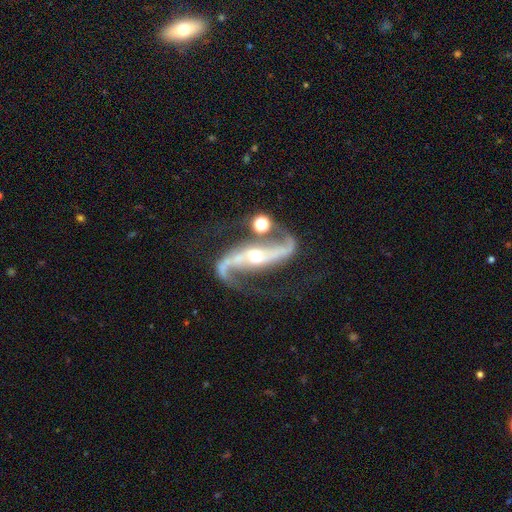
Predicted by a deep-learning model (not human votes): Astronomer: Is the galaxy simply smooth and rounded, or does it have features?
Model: featured or disk — 92%.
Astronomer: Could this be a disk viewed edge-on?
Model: no — 95%.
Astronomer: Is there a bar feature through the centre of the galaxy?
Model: strong — 52%.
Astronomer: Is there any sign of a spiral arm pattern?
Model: yes — 97%.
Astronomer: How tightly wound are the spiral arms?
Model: loose — 58% (runner-up: medium, 34%).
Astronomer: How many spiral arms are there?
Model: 2 — 93%.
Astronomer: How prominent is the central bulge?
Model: moderate — 60%.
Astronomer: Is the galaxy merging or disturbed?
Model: none — 62%.